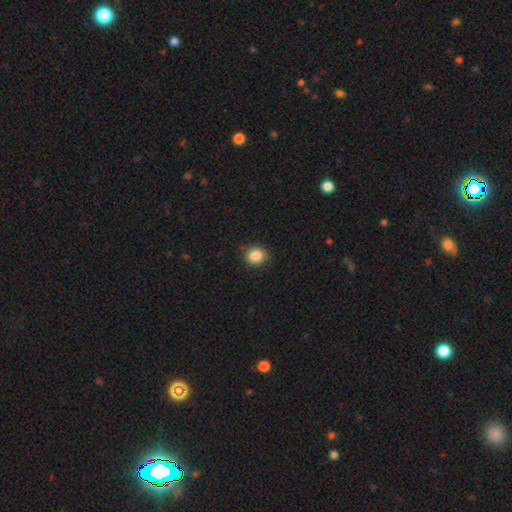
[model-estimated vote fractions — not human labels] A smooth galaxy with no disk features (86%) that is round (78%). Merging: none (88%).